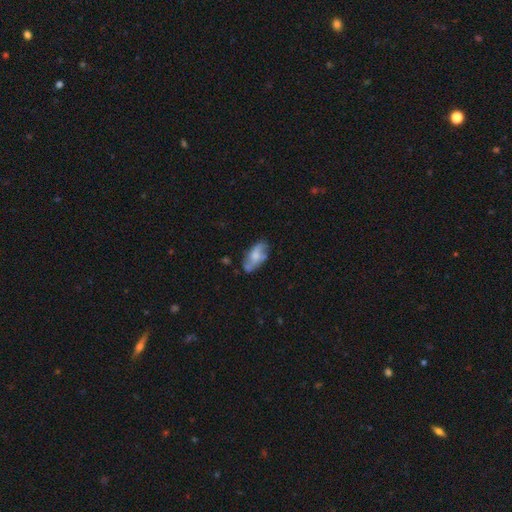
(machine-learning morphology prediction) Overall: featured or disk (50%; smooth 43%). Merging: none (62%; minor disturbance 25%).